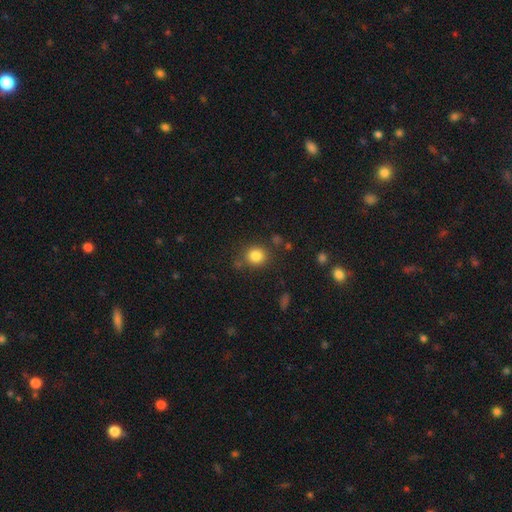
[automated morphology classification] smooth 84%, star or artifact 11%, featured or disk 5%. Down the decision tree: how rounded — round (84%); merging — none (78%).